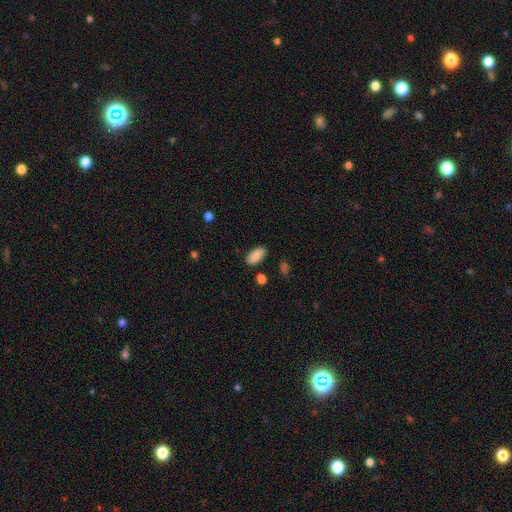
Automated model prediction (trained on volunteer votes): smooth 87%, star or artifact 7%, featured or disk 6%. Down the decision tree: how rounded — in between (92%); merging — none (83%).